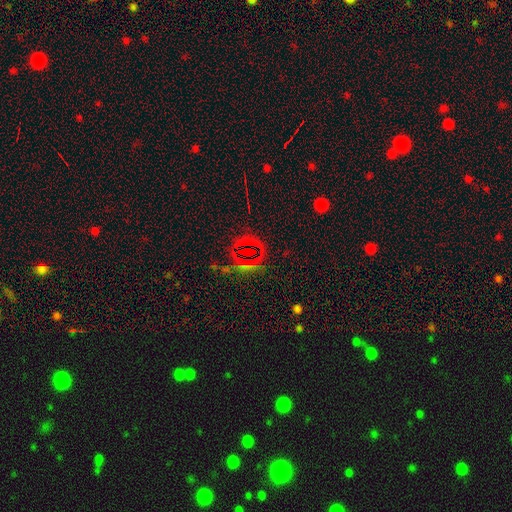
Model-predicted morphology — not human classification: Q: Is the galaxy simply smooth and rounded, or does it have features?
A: star or artifact — 70%.